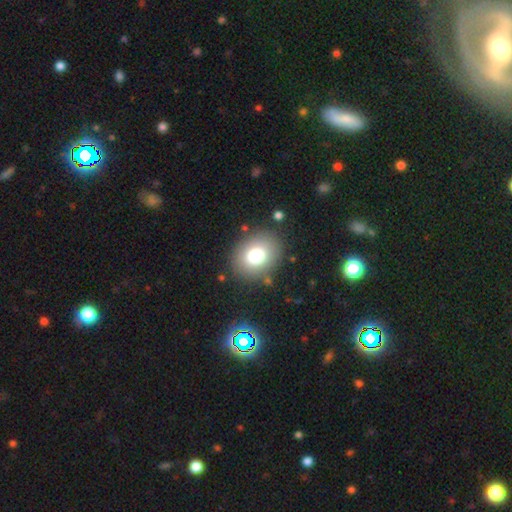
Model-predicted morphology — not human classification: Overall: smooth (77%). How rounded: round (50%, tied with in between). Merging: none (84%).